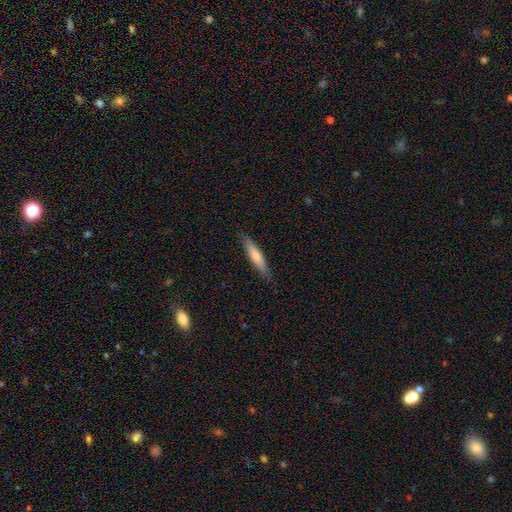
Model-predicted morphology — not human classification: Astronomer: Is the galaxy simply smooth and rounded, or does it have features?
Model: smooth — 54% (runner-up: featured or disk, 39%).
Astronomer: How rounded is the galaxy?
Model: cigar-shaped — 88%.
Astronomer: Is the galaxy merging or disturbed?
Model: none — 87%.